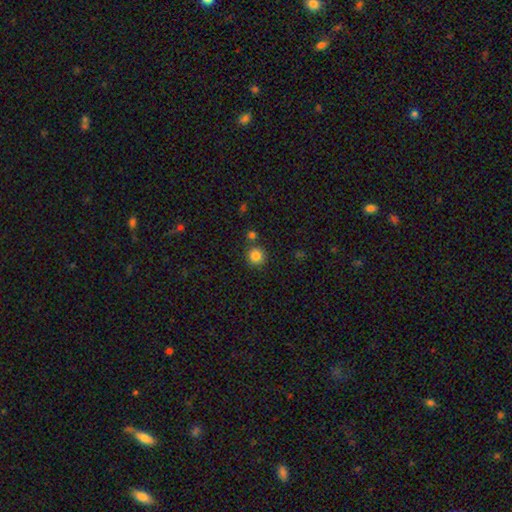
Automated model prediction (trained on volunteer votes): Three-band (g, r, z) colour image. It shows a smooth galaxy with no disk features (85%) that is round (94%). Merging: none (81%).